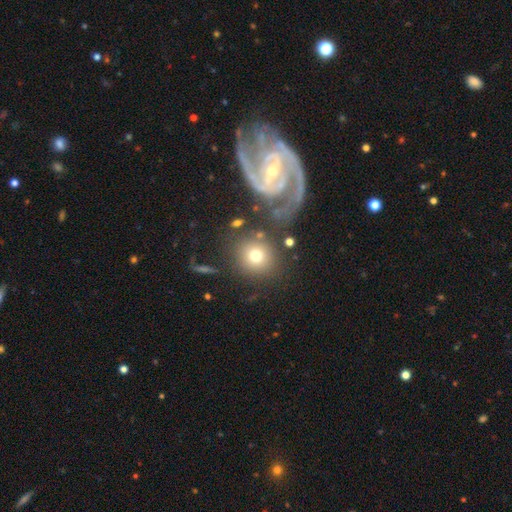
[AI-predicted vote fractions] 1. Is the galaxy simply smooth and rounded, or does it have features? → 70% smooth, 18% featured or disk, 12% star or artifact.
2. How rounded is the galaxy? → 88% round, 11% in between, 1% cigar-shaped.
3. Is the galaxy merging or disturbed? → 69% none, 12% minor disturbance, 10% merger, 9% major disturbance.